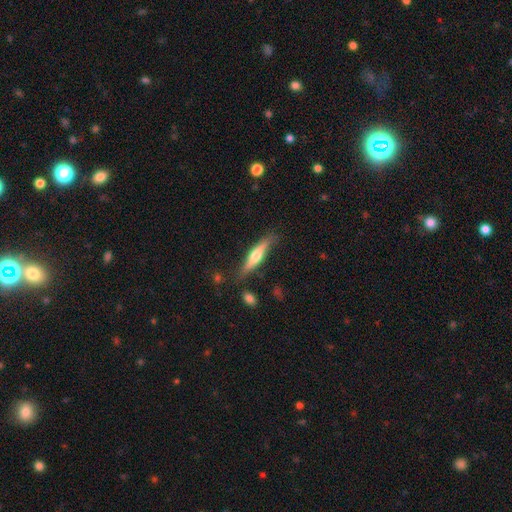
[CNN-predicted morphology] This is possibly a featured or disk galaxy (50%). Merging: likely none (76%).